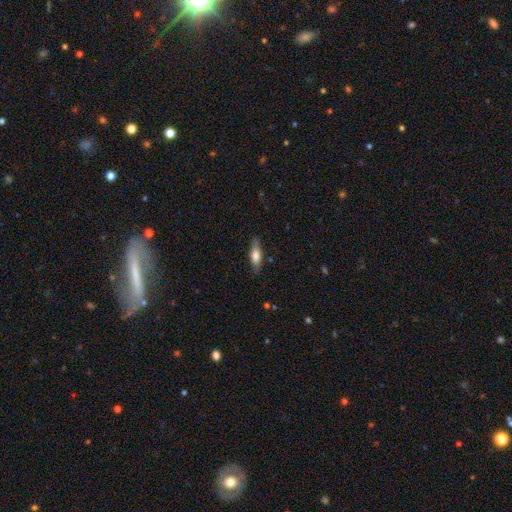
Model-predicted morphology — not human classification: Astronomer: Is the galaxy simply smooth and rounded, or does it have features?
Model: smooth — 66%.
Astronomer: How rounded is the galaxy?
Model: cigar-shaped — 50% (runner-up: in between, 48%).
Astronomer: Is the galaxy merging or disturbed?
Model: none — 81%.